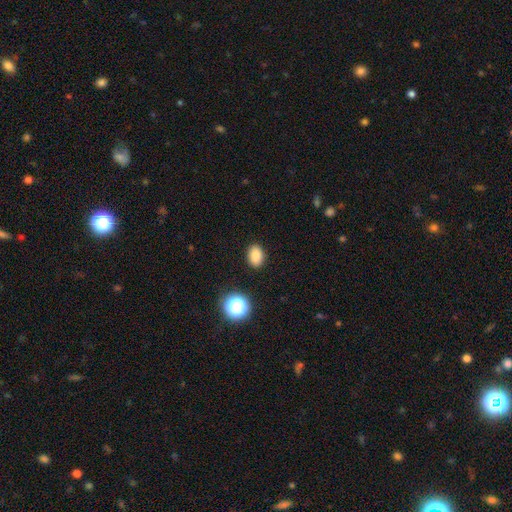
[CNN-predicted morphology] Smooth or featured? Predicted: smooth (p=0.85). How rounded? Predicted: in between (p=0.78). Merging? Predicted: none (p=0.88).